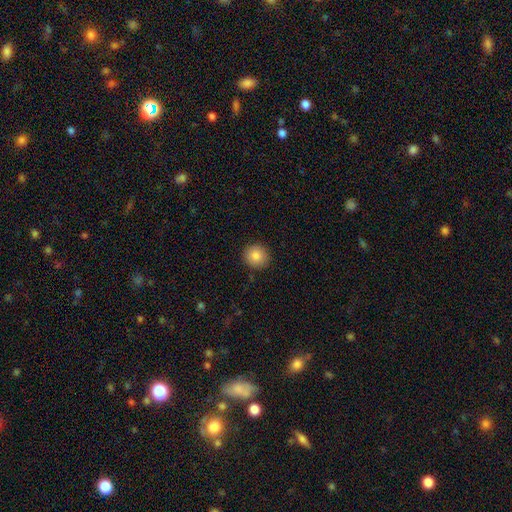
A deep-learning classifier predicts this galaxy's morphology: A smooth galaxy with no disk features (86%) that is round (93%). Merging: none (91%).